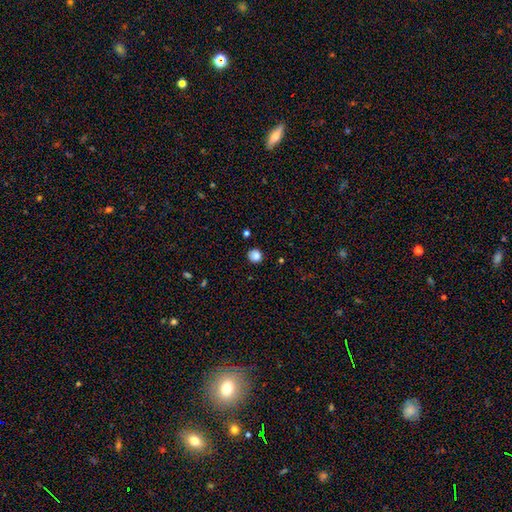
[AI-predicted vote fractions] Smooth or featured?
  - smooth: 85% *
  - star or artifact: 11%
  - featured or disk: 5%
How rounded?
  - round: 87% *
  - in between: 12%
  - cigar-shaped: 1%
Merging?
  - none: 84% *
  - minor disturbance: 11%
  - major disturbance: 3%
  - merger: 2%